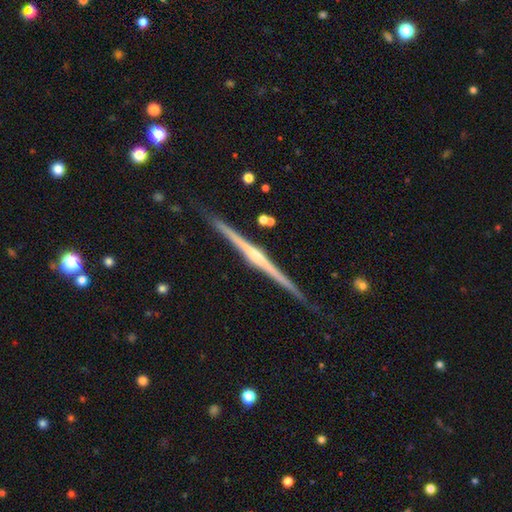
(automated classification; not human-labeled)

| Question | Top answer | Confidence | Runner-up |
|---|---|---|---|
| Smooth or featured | featured or disk | 84% | smooth (11%) |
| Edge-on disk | yes | 99% | no (1%) |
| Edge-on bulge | rounded | 61% | none (30%) |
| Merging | none | 88% | minor disturbance (9%) |